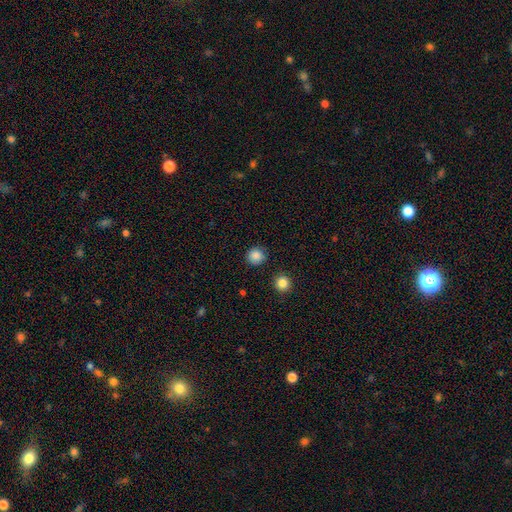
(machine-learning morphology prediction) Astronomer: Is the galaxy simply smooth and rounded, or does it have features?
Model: smooth — 86%.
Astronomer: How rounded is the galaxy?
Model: round — 93%.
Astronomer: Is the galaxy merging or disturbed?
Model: none — 86%.